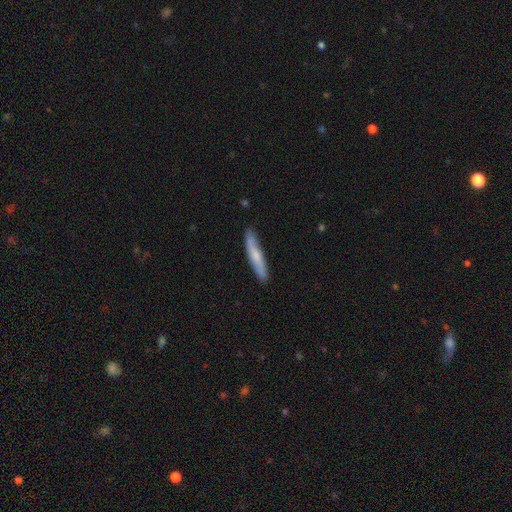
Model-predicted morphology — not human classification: smooth-or-featured: smooth: 65% | featured or disk: 30% | star or artifact: 5%
  how-rounded: cigar-shaped: 91% | in between: 8% | round: 1%
  merging: none: 86% | minor disturbance: 11% | major disturbance: 2% | merger: 1%